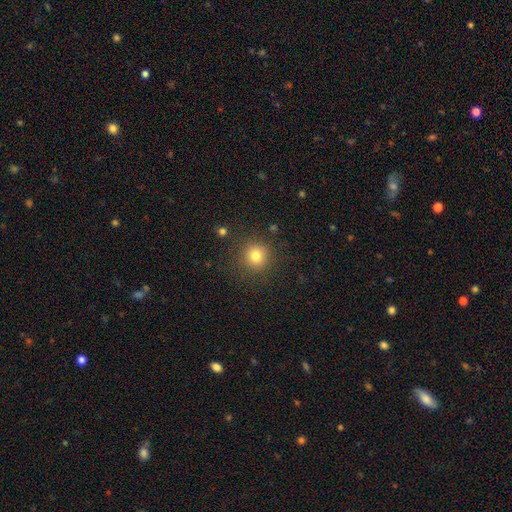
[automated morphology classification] Smooth or featured? smooth (80%)
How rounded? round (93%)
Merging? none (87%)